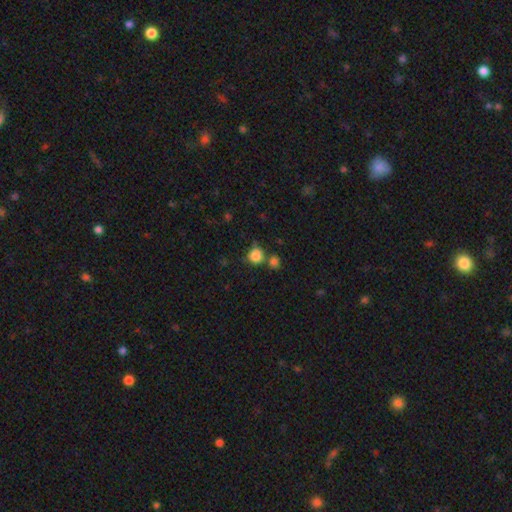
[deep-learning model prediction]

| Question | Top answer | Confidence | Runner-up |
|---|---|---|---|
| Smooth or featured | smooth | 85% | star or artifact (11%) |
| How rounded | round | 86% | in between (13%) |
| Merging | none | 60% | merger (22%) |